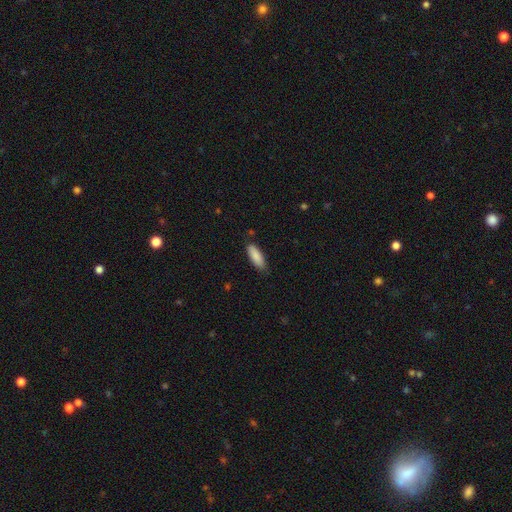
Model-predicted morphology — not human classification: smooth 87%, featured or disk 7%, star or artifact 6%. Down the decision tree: how rounded — in between (66%); merging — none (83%).